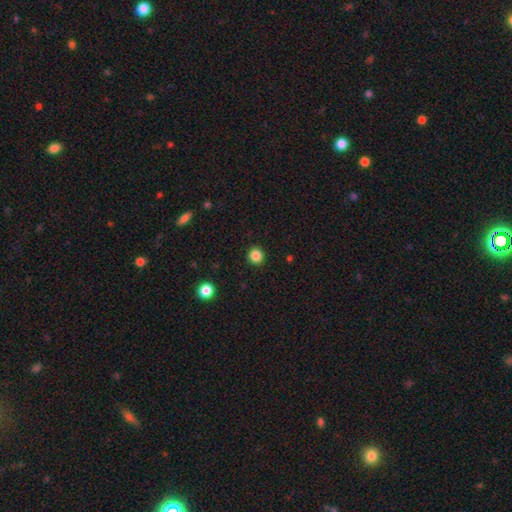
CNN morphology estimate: Q: Smooth or featured?
A: smooth (85%); runner-up: star or artifact (12%)
Q: How rounded?
A: round (94%); runner-up: in between (5%)
Q: Merging?
A: none (93%); runner-up: minor disturbance (5%)